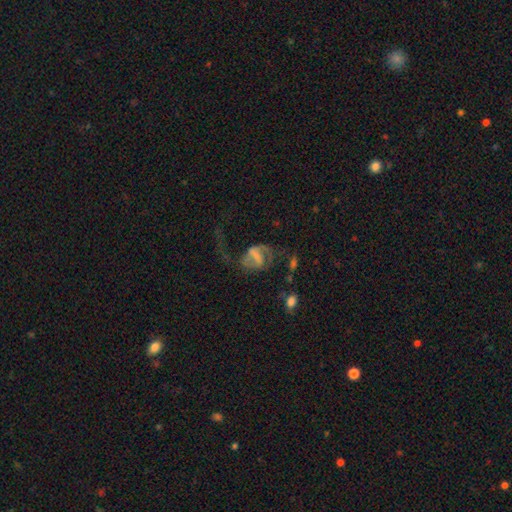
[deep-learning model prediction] featured or disk 70%, smooth 21%, star or artifact 9%. Down the decision tree: edge-on disk — no (97%); bar — strong (44%); spiral arms — yes (78%); spiral arm count — 2 (73%); spiral winding — loose (52%); bulge size — none (43%); merging — major disturbance (50%).